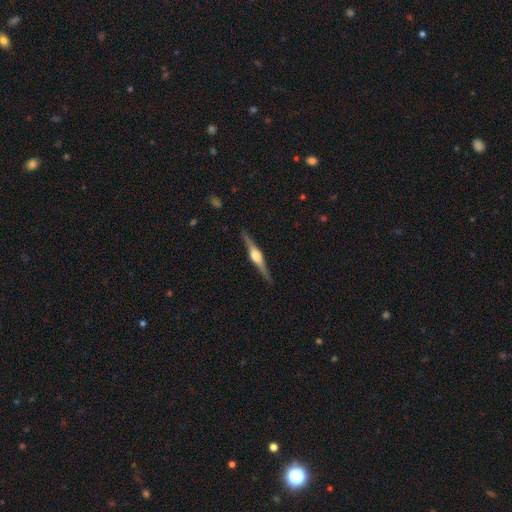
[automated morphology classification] smooth-or-featured: featured or disk: 82% | smooth: 13% | star or artifact: 5%
  disk-edge-on: yes: 98% | no: 2%
    edge-on-bulge: rounded: 90% | boxy: 7% | none: 2%
  merging: none: 90% | minor disturbance: 7% | major disturbance: 2% | merger: 1%